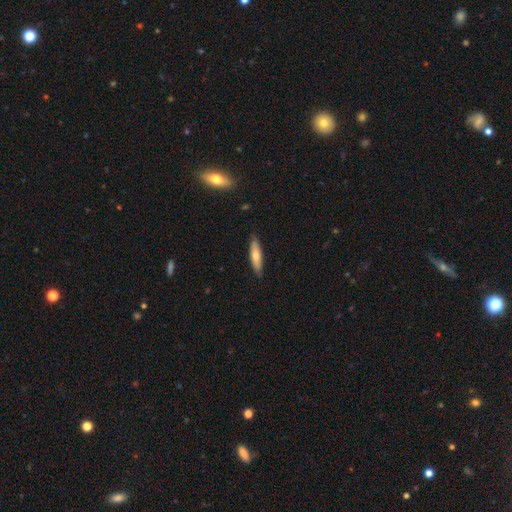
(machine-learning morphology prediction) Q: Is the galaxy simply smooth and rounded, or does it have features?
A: smooth — 67%.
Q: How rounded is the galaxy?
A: cigar-shaped — 74%.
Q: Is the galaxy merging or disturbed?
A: none — 85%.